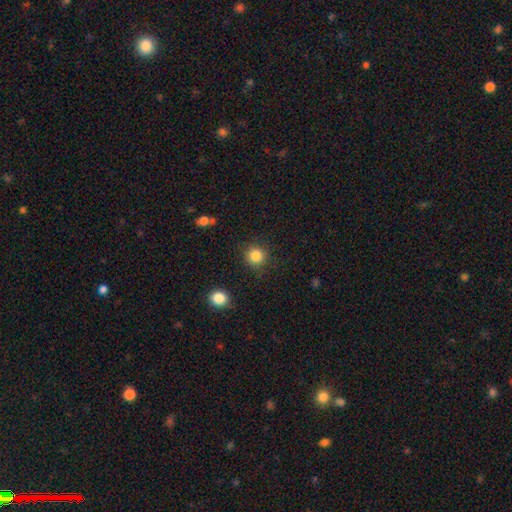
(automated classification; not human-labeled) This is clearly a smooth galaxy (85%). How rounded: clearly round (93%). Merging: clearly none (89%).